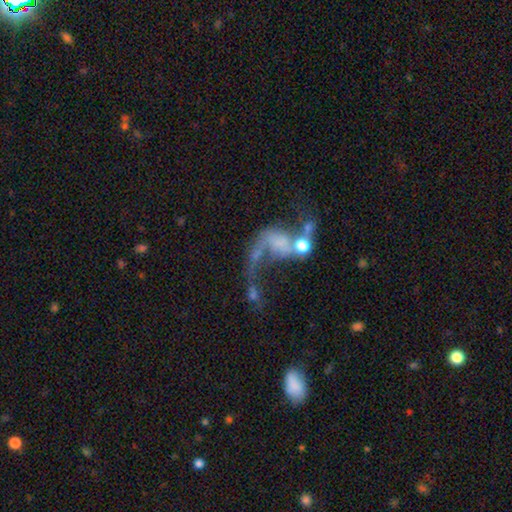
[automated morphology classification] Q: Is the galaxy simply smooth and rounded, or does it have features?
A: featured or disk — 68%.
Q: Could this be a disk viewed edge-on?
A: no — 97%.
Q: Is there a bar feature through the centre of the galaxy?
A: no — 68%.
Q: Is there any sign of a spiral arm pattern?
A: yes — 73%.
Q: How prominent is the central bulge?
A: none — 49%.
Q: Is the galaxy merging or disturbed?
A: merger — 35%.